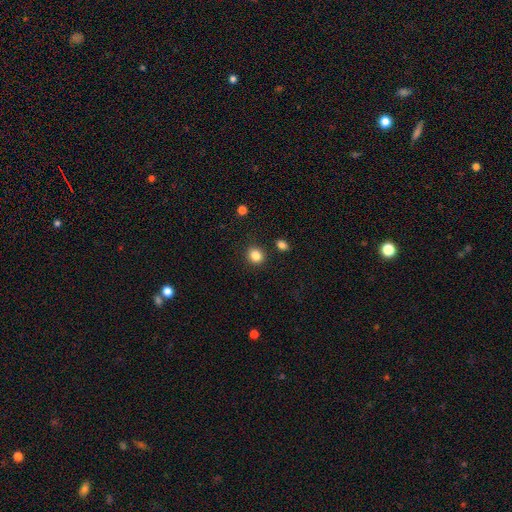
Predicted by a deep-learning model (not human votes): Q: Smooth or featured?
A: smooth (85%); runner-up: star or artifact (11%)
Q: How rounded?
A: round (83%); runner-up: in between (16%)
Q: Merging?
A: none (88%); runner-up: minor disturbance (7%)